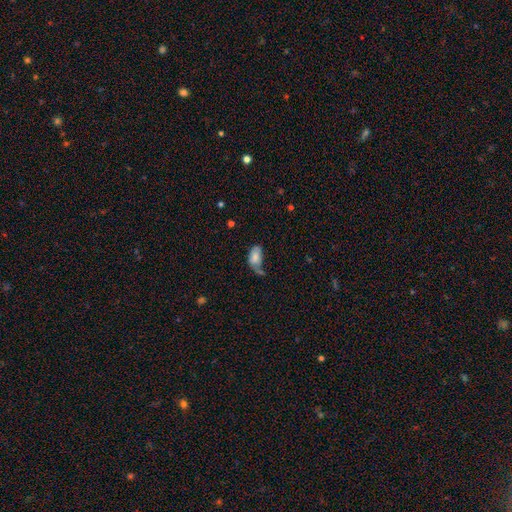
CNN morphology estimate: A smooth galaxy with no disk features (68%) that is in between round and cigar-shaped (92%). Merging: minor disturbance (31%).